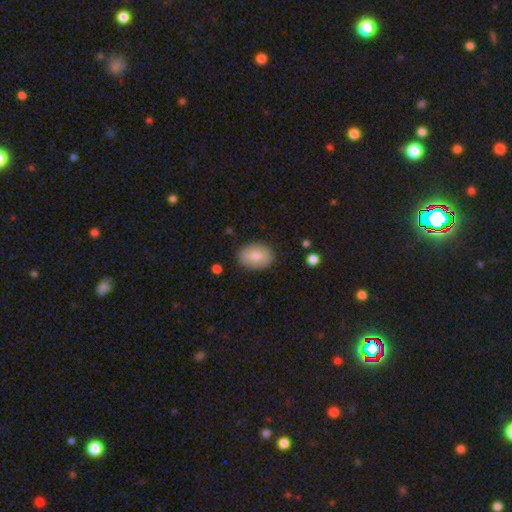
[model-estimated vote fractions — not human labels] A smooth galaxy with no disk features (72%) that is in between round and cigar-shaped (77%).

Vote fractions:
- Smooth or featured? smooth: 72% / featured or disk: 21% / star or artifact: 7%
- How rounded? in between: 77% / round: 22% / cigar-shaped: 1%
- Merging? none: 85% / minor disturbance: 11% / major disturbance: 3% / merger: 1%